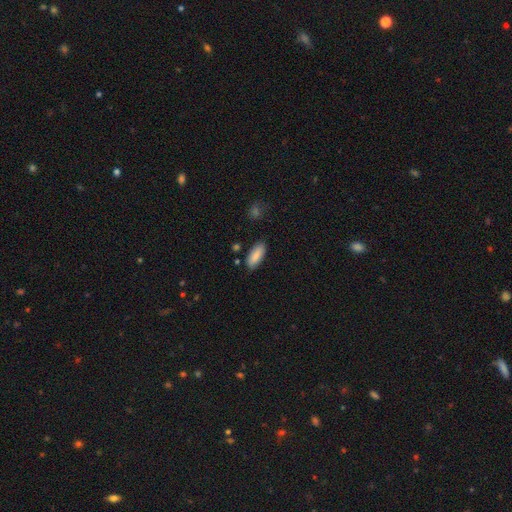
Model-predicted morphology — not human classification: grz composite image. It shows a smooth galaxy with no disk features (87%) that is in between round and cigar-shaped (81%). Merging: none (84%).